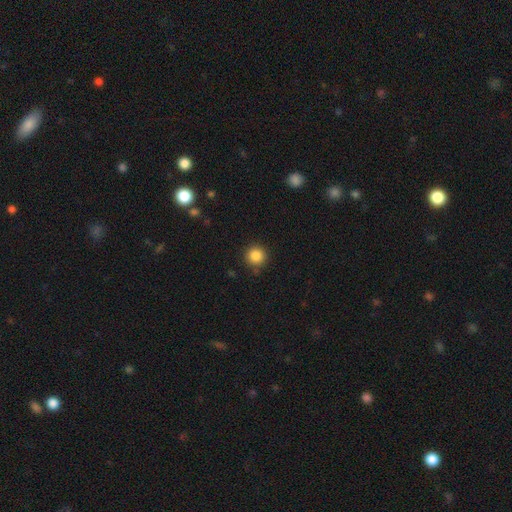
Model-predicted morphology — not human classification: The model was most divided on "smooth or featured": smooth: 85%, star or artifact: 11%, featured or disk: 4%. More confident: how rounded — round (94%); merging — none (87%).